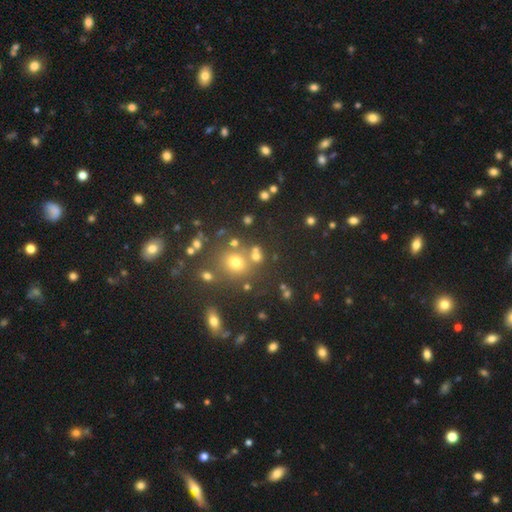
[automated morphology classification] Smooth or featured? Predicted: smooth (p=0.63). How rounded? Predicted: round (p=0.79). Merging? Predicted: none (p=0.67).